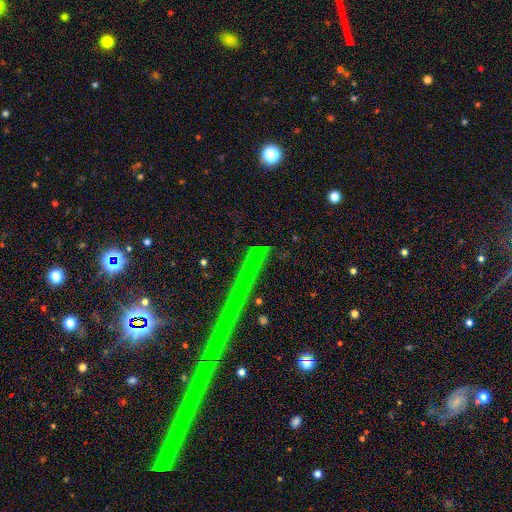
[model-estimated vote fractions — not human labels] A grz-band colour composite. It shows a star or artifact, not a galaxy (74%).